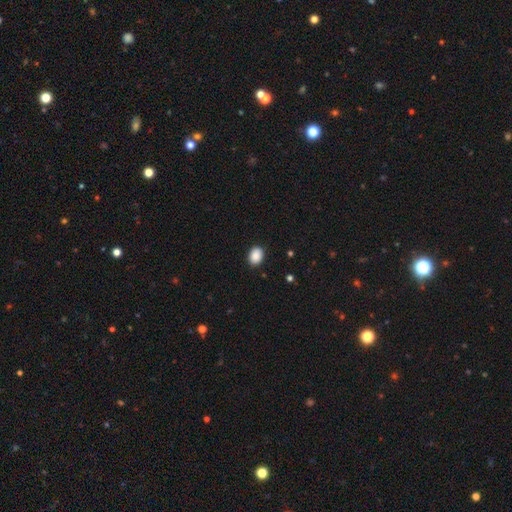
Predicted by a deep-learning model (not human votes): Morphology: type=smooth (89%); roundness=in between (69%); merging=none (89%).